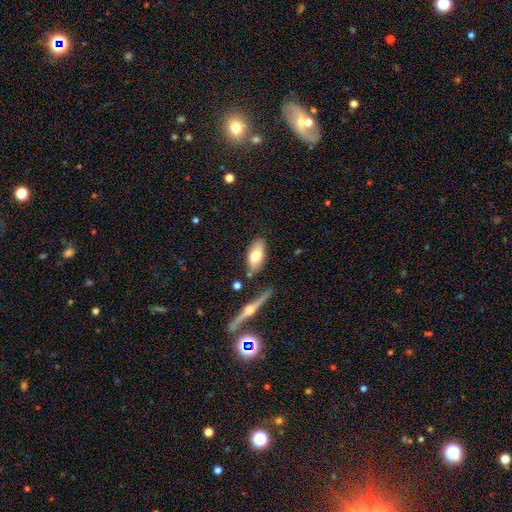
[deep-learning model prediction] Smooth or featured? Predicted: smooth (p=0.68). How rounded? Predicted: in between (p=0.86). Merging? Predicted: none (p=0.78).